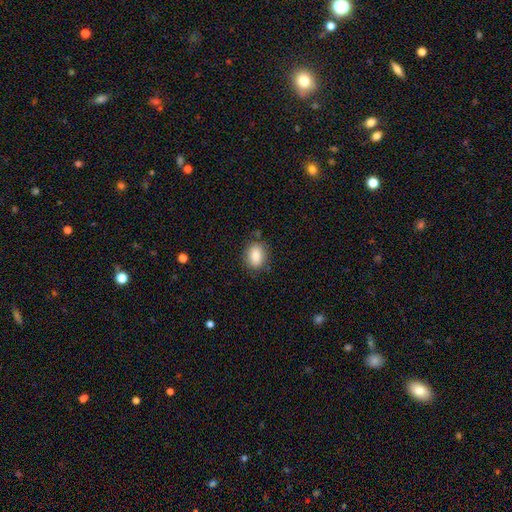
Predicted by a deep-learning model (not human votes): This is clearly a smooth galaxy (86%). How rounded: likely in between (74%). Merging: likely none (79%).